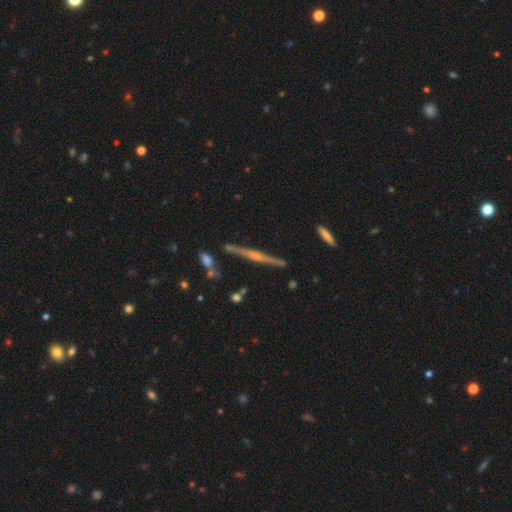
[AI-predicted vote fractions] Smooth or featured: featured or disk — 80% (smooth — 13%)
Edge-on disk: yes — 98% (no — 2%)
Edge-on bulge: rounded — 75% (none — 14%)
Merging: none — 88% (minor disturbance — 7%)